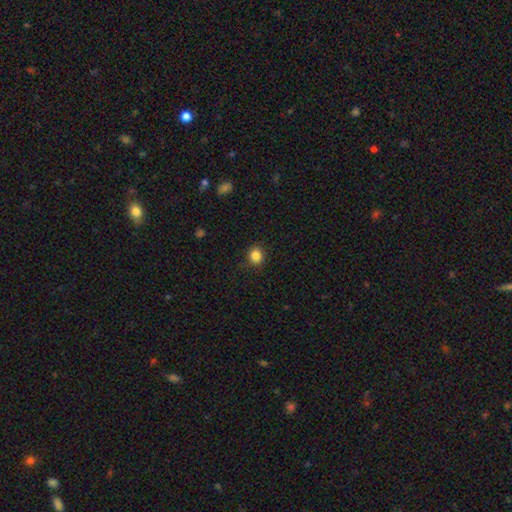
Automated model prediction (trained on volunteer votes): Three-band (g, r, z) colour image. It shows a smooth galaxy with no disk features (85%) that is round (83%). Merging: none (88%).